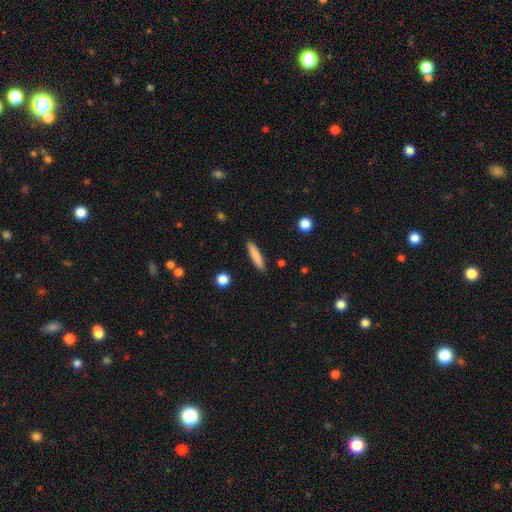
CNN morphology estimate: Q: Smooth or featured?
A: smooth (81%); runner-up: featured or disk (13%)
Q: How rounded?
A: cigar-shaped (89%); runner-up: in between (9%)
Q: Merging?
A: none (90%); runner-up: minor disturbance (7%)